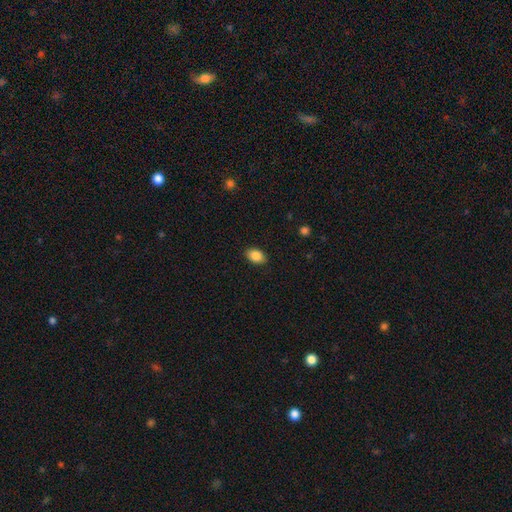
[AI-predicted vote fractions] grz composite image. It shows a smooth galaxy with no disk features (86%) that is in between round and cigar-shaped (84%). Merging: none (88%).